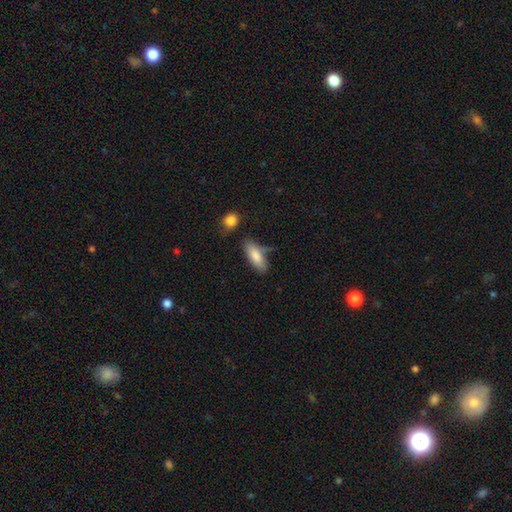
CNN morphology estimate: Smooth or featured: smooth — 82% (featured or disk — 11%)
How rounded: in between — 73% (cigar-shaped — 25%)
Merging: none — 62% (minor disturbance — 23%)